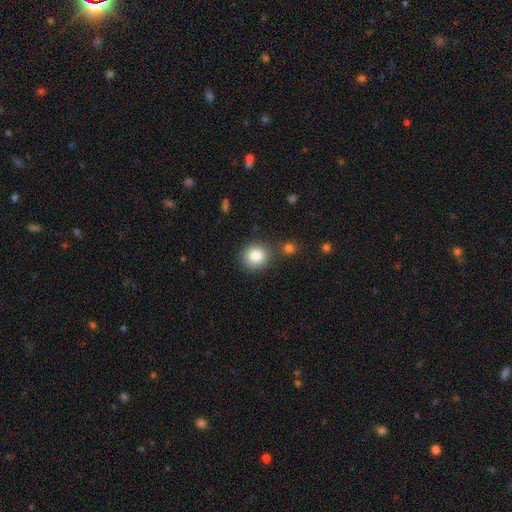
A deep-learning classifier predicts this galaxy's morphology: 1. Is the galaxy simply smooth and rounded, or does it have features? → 83% smooth, 10% star or artifact, 8% featured or disk.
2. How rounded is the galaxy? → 86% round, 13% in between, 1% cigar-shaped.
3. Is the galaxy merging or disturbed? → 81% none, 9% minor disturbance, 7% merger, 3% major disturbance.